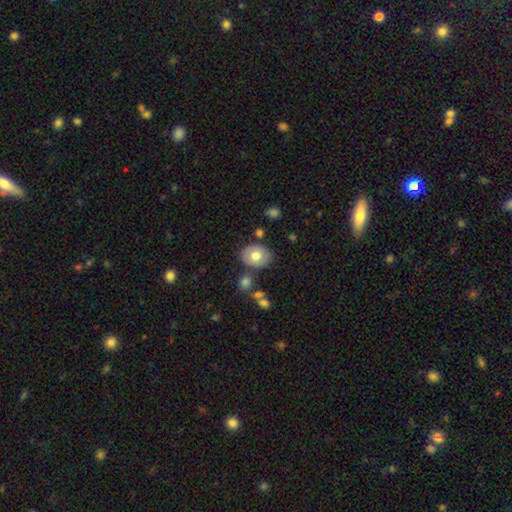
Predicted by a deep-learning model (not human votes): Smooth or featured?
  - smooth: 71% *
  - featured or disk: 21%
  - star or artifact: 7%
How rounded?
  - in between: 65% *
  - round: 34%
  - cigar-shaped: 1%
Merging?
  - none: 77% *
  - minor disturbance: 13%
  - merger: 6%
  - major disturbance: 3%